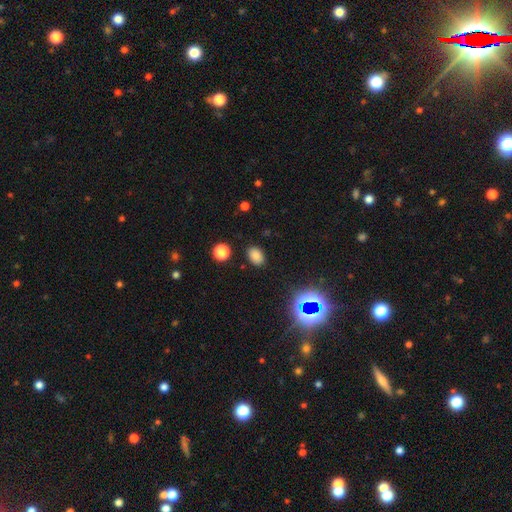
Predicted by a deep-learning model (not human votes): Smooth or featured: smooth — 79% (star or artifact — 16%)
How rounded: in between — 81% (round — 18%)
Merging: none — 86% (minor disturbance — 9%)